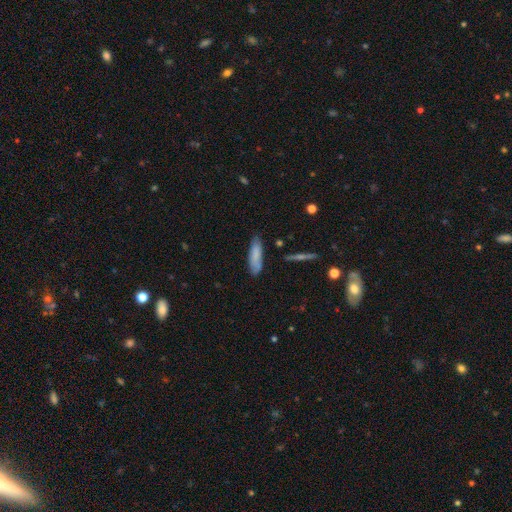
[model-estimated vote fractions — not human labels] A smooth galaxy with no disk features (79%) that is cigar-shaped (59%). Merging: none (76%).